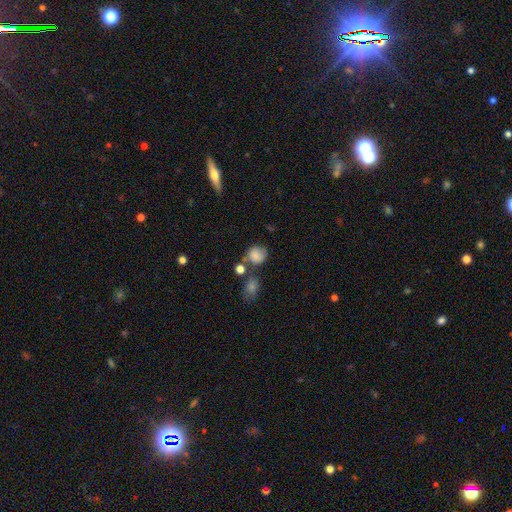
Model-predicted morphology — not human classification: Smooth or featured?
  - smooth: 78% *
  - featured or disk: 12%
  - star or artifact: 10%
How rounded?
  - round: 77% *
  - in between: 22%
  - cigar-shaped: 1%
Merging?
  - none: 54% *
  - minor disturbance: 20%
  - merger: 18%
  - major disturbance: 8%